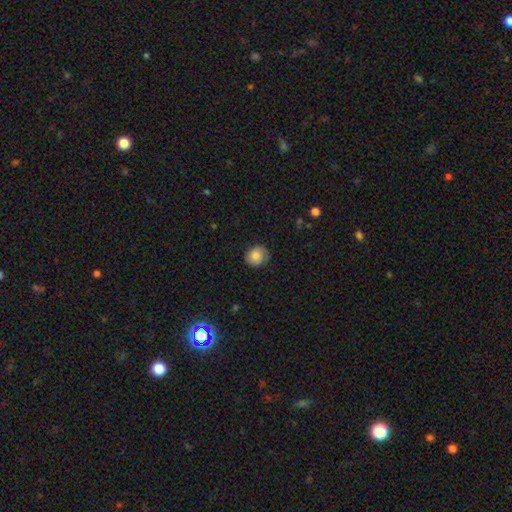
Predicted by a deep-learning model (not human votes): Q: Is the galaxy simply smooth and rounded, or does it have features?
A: smooth — 80%.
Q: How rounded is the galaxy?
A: round — 78%.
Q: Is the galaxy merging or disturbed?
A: none — 80%.